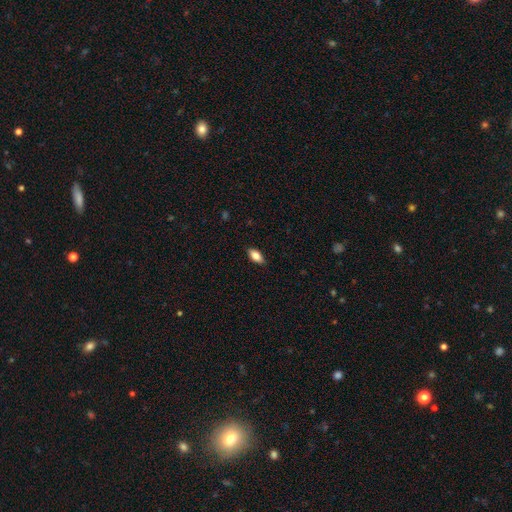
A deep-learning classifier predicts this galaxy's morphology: Smooth or featured: smooth — 82% (featured or disk — 11%)
How rounded: in between — 88% (cigar-shaped — 8%)
Merging: none — 86% (minor disturbance — 11%)